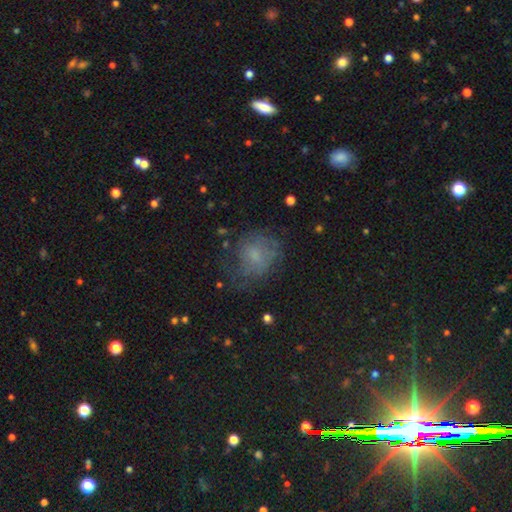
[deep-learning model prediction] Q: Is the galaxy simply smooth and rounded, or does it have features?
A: smooth — 52%.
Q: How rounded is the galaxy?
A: round — 67%.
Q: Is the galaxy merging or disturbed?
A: none — 54%.